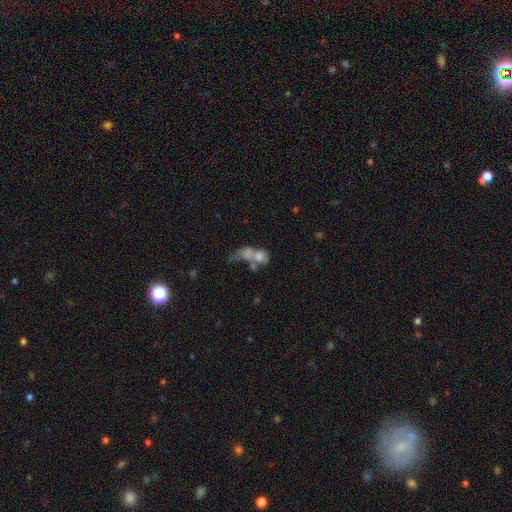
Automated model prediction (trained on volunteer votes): A smooth galaxy with no disk features (54%) that is in between round and cigar-shaped (70%).

Vote fractions:
- Smooth or featured? smooth: 54% / featured or disk: 33% / star or artifact: 13%
- How rounded? in between: 70% / round: 26% / cigar-shaped: 5%
- Merging? merger: 56% / major disturbance: 23% / none: 13% / minor disturbance: 8%